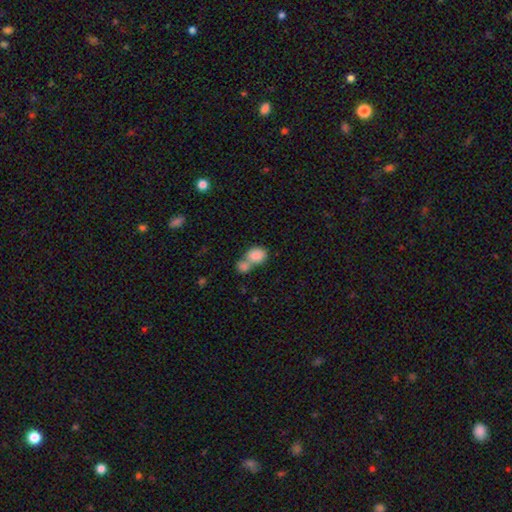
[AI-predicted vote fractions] Smooth or featured: smooth — 83% (featured or disk — 9%)
How rounded: in between — 54% (round — 44%)
Merging: merger — 64% (none — 26%)